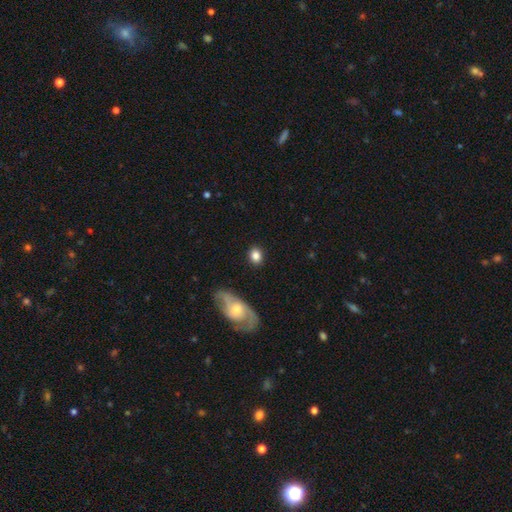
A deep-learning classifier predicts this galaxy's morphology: smooth 82%, featured or disk 11%, star or artifact 7%. Down the decision tree: how rounded — in between (49%, tied with round); merging — none (86%).